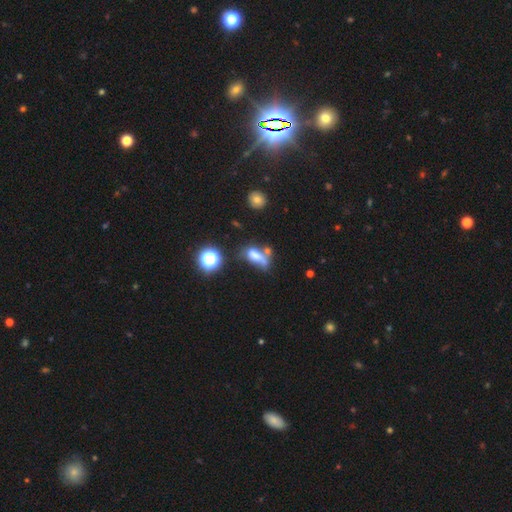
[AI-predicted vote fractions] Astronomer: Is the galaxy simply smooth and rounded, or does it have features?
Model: smooth — 57%.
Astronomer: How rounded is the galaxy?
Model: in between — 67%.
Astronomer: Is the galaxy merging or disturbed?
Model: none — 29% (runner-up: merger, 28%).